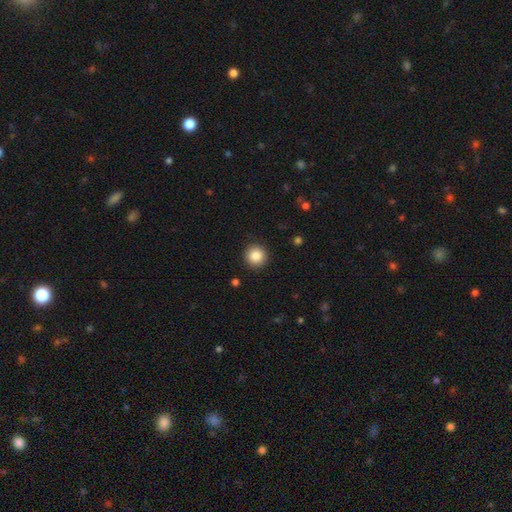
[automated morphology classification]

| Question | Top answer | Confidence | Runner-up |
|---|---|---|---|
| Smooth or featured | smooth | 87% | star or artifact (9%) |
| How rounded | round | 94% | in between (5%) |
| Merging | none | 91% | minor disturbance (6%) |